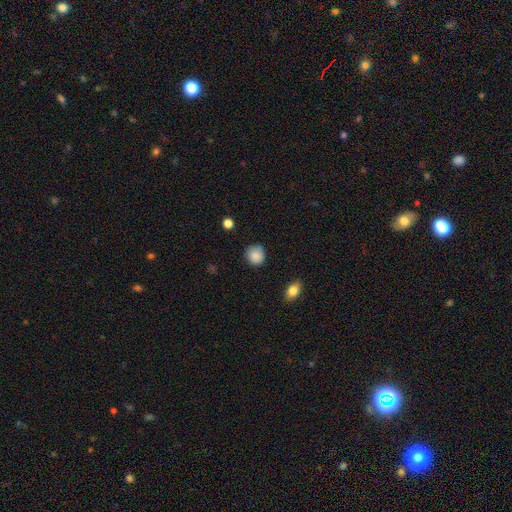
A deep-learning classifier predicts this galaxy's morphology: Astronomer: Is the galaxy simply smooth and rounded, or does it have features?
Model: smooth — 88%.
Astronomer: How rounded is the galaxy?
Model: round — 86%.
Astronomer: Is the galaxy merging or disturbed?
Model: none — 81%.